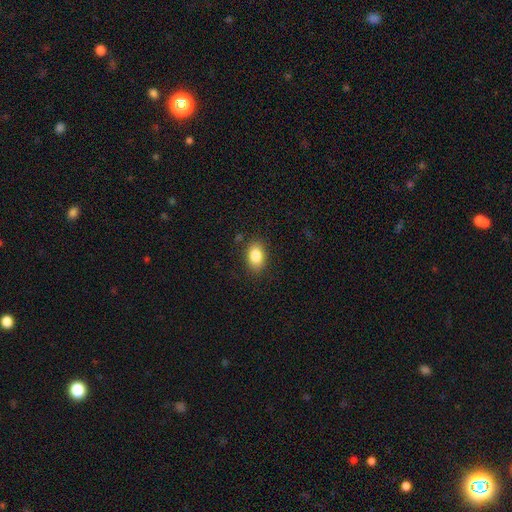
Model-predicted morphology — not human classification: A smooth galaxy with no disk features (85%) that is in between round and cigar-shaped (82%). Merging: none (85%).